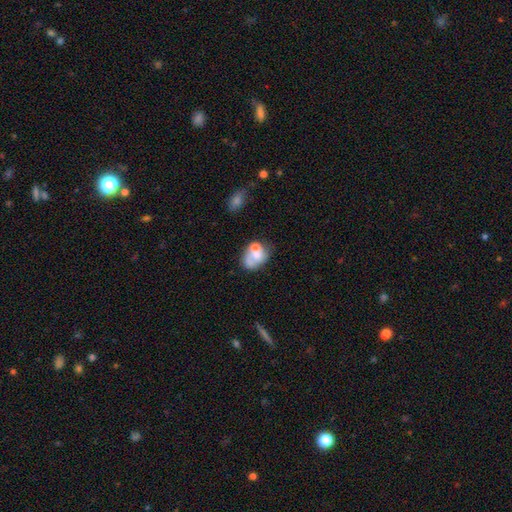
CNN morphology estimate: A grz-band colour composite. It shows a smooth galaxy with no disk features (55%) that is in between round and cigar-shaped (65%). Merging: merger (40%).